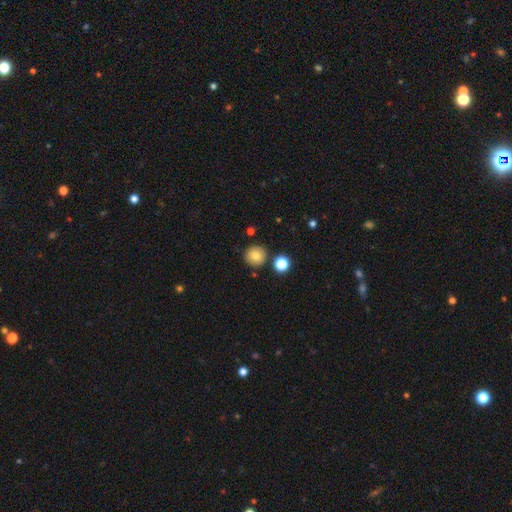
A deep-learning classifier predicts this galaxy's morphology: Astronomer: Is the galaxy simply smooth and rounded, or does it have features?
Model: smooth — 80%.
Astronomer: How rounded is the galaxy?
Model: round — 94%.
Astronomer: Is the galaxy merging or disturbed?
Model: none — 86%.